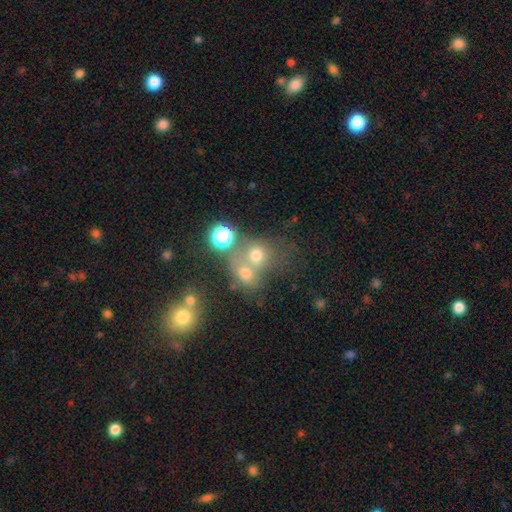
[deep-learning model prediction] Smooth or featured? smooth (63%)
How rounded? round (73%)
Merging? merger (47%)